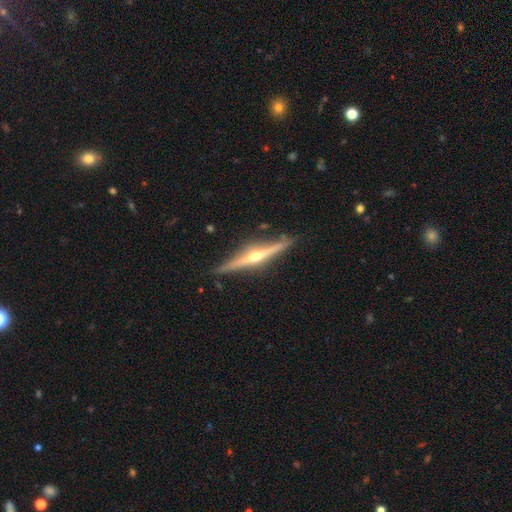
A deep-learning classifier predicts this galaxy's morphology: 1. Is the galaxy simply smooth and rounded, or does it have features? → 82% featured or disk, 13% smooth, 5% star or artifact.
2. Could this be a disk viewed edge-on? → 98% yes, 2% no.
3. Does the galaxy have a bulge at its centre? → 95% rounded, 3% none, 2% boxy.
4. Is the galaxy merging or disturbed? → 87% none, 10% minor disturbance, 2% major disturbance, 2% merger.